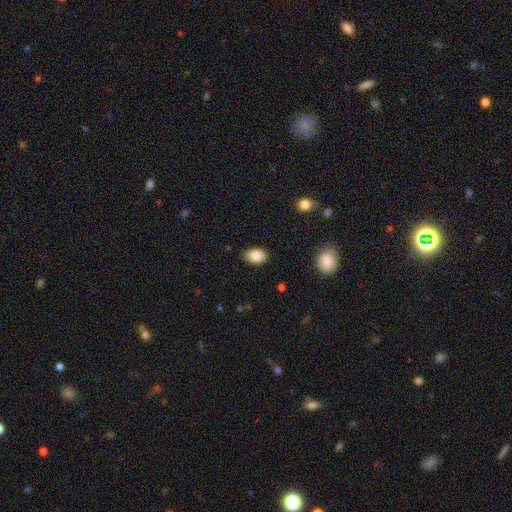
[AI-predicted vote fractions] Q: Smooth or featured?
A: smooth (87%); runner-up: star or artifact (8%)
Q: How rounded?
A: in between (81%); runner-up: round (17%)
Q: Merging?
A: none (84%); runner-up: minor disturbance (13%)